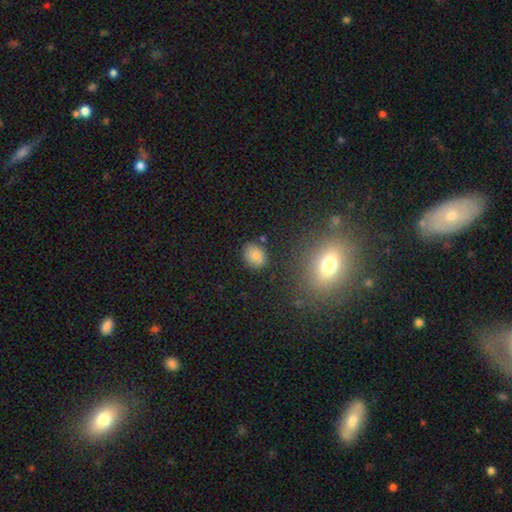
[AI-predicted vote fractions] Smooth or featured?
  - smooth: 81% *
  - star or artifact: 12%
  - featured or disk: 7%
How rounded?
  - in between: 60% *
  - round: 39%
  - cigar-shaped: 1%
Merging?
  - none: 81% *
  - minor disturbance: 13%
  - major disturbance: 3%
  - merger: 3%